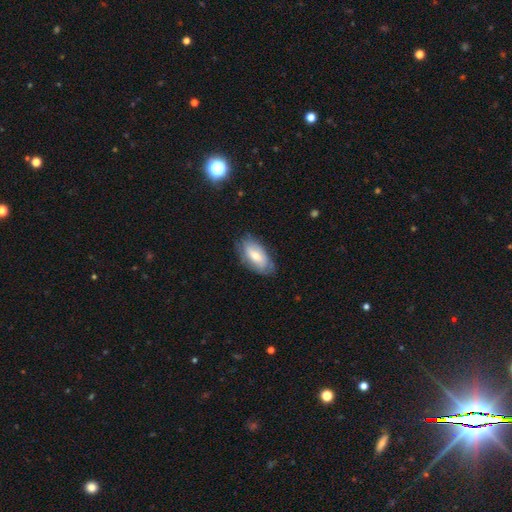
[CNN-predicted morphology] smooth 59%, featured or disk 34%, star or artifact 6%. Down the decision tree: how rounded — in between (91%); merging — none (74%).